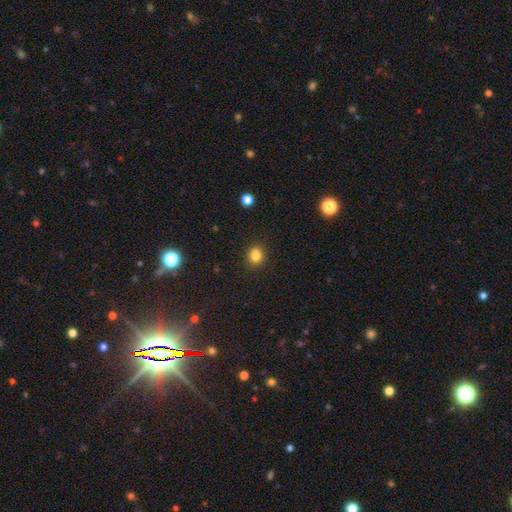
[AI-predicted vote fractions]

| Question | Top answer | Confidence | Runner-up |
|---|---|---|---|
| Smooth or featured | smooth | 83% | star or artifact (12%) |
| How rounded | round | 74% | in between (25%) |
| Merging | none | 88% | minor disturbance (8%) |